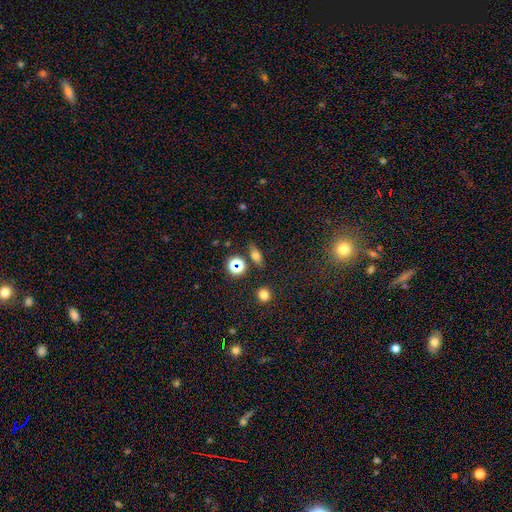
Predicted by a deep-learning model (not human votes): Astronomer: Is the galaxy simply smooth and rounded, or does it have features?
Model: smooth — 62%.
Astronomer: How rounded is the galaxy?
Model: in between — 60%.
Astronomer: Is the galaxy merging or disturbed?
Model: none — 79%.